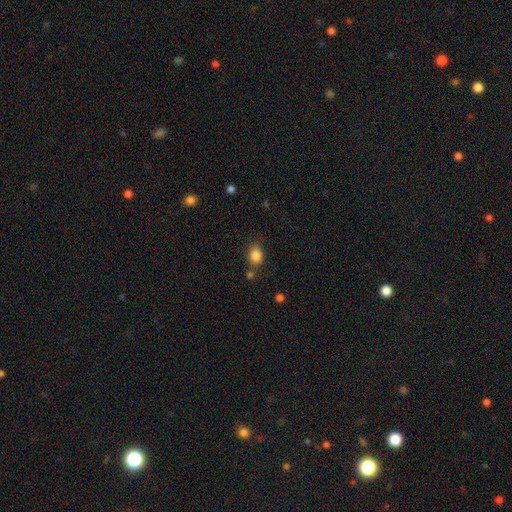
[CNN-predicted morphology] smooth 84%, star or artifact 10%, featured or disk 5%. Down the decision tree: how rounded — in between (50%); merging — none (71%).